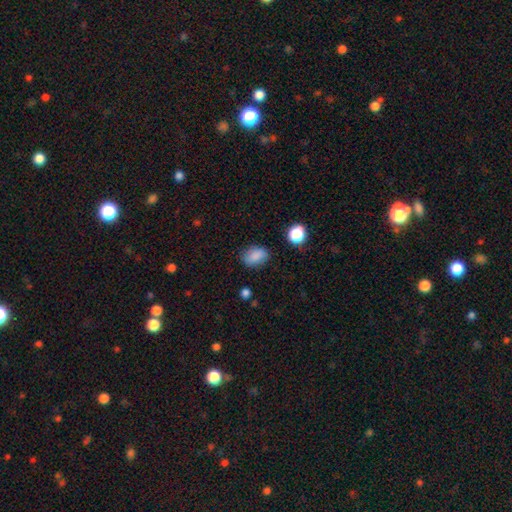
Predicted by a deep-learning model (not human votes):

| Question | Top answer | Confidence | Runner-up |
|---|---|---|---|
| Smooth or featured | smooth | 84% | star or artifact (10%) |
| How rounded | in between | 78% | round (21%) |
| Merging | none | 77% | minor disturbance (17%) |